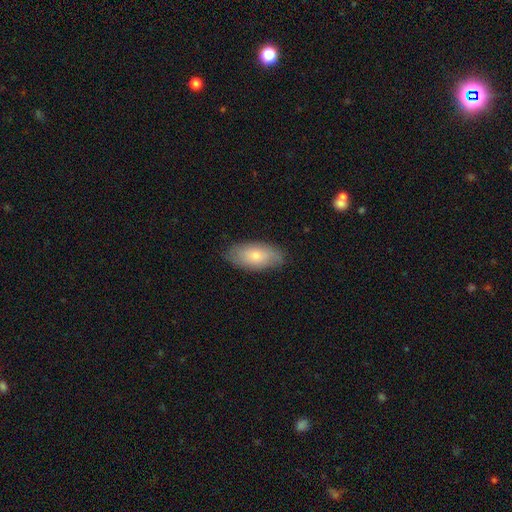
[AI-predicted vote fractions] Morphology: type=smooth (67%); roundness=in between (92%); merging=none (80%).